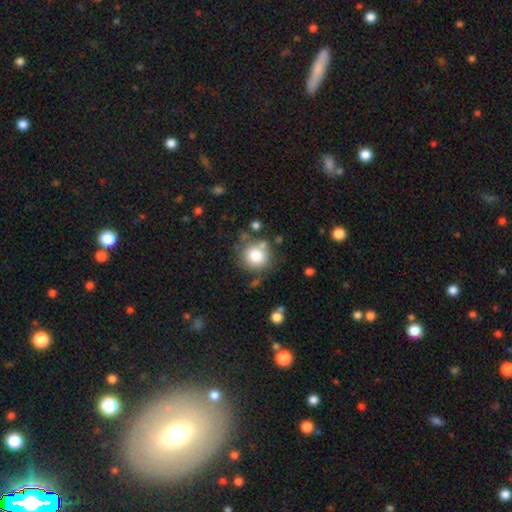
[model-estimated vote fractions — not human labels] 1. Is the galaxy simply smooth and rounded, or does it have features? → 81% smooth, 10% star or artifact, 9% featured or disk.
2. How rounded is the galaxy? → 88% round, 11% in between, 1% cigar-shaped.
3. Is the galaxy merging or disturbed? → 70% none, 14% minor disturbance, 10% merger, 6% major disturbance.